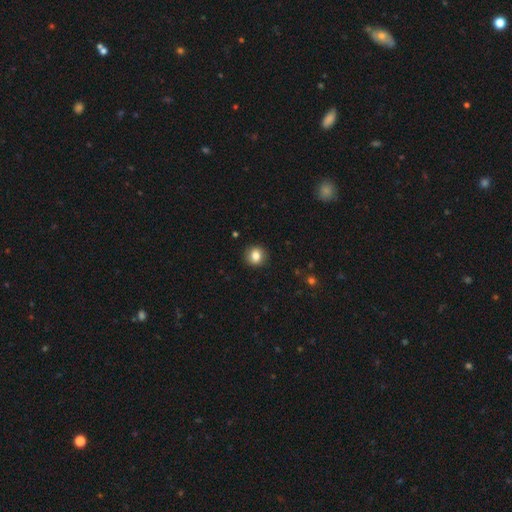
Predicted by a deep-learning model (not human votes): Q: Smooth or featured?
A: smooth (84%); runner-up: star or artifact (10%)
Q: How rounded?
A: round (88%); runner-up: in between (12%)
Q: Merging?
A: none (91%); runner-up: minor disturbance (6%)